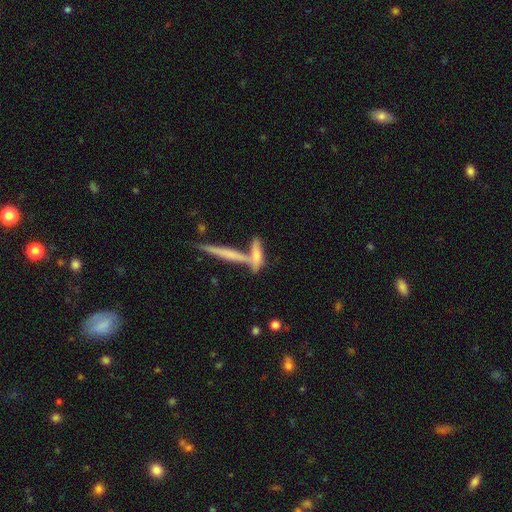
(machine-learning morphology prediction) This appears to be a smooth galaxy with no disk features (50%). Merging: none (48%).